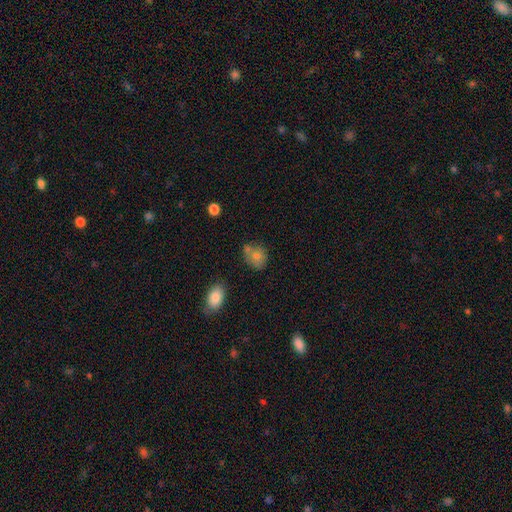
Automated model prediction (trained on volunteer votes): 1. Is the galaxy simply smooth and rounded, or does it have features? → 77% smooth, 12% featured or disk, 10% star or artifact.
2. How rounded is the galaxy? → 56% round, 42% in between, 1% cigar-shaped.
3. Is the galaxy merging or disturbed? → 53% none, 21% merger, 19% minor disturbance, 6% major disturbance.